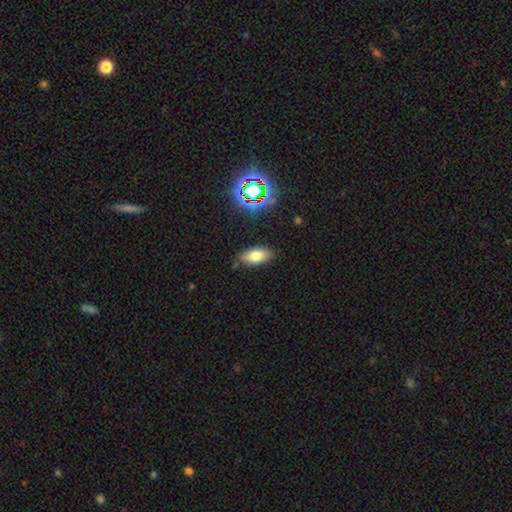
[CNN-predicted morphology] Q: Smooth or featured?
A: smooth (75%); runner-up: featured or disk (13%)
Q: How rounded?
A: in between (88%); runner-up: cigar-shaped (8%)
Q: Merging?
A: none (83%); runner-up: minor disturbance (13%)